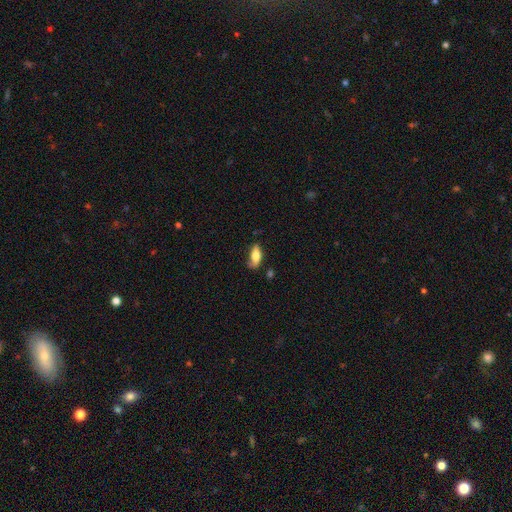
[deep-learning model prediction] Smooth or featured? Predicted: smooth (p=0.67). How rounded? Predicted: in between (p=0.80). Merging? Predicted: none (p=0.56).